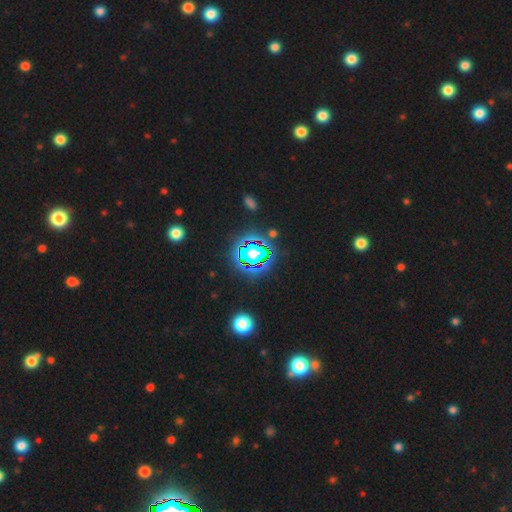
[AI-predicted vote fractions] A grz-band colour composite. It shows a star or artifact, not a galaxy (82%).